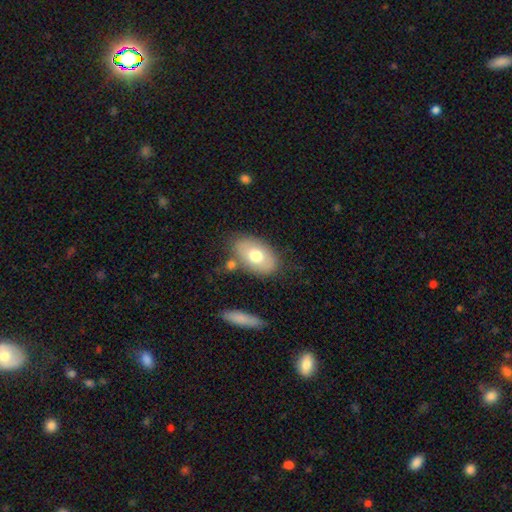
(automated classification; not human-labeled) A smooth galaxy with no disk features (68%) that is in between round and cigar-shaped (89%).

Vote fractions:
- Smooth or featured? smooth: 68% / featured or disk: 26% / star or artifact: 6%
- How rounded? in between: 89% / round: 9% / cigar-shaped: 1%
- Merging? none: 71% / minor disturbance: 16% / merger: 8% / major disturbance: 5%